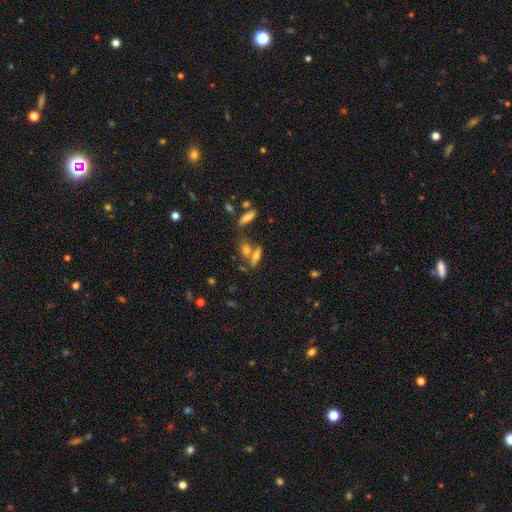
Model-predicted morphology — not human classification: A smooth galaxy with no disk features (47%).

Vote fractions:
- Smooth or featured? smooth: 47% / featured or disk: 40% / star or artifact: 13%
- Merging? none: 51% / merger: 31% / minor disturbance: 12% / major disturbance: 5%